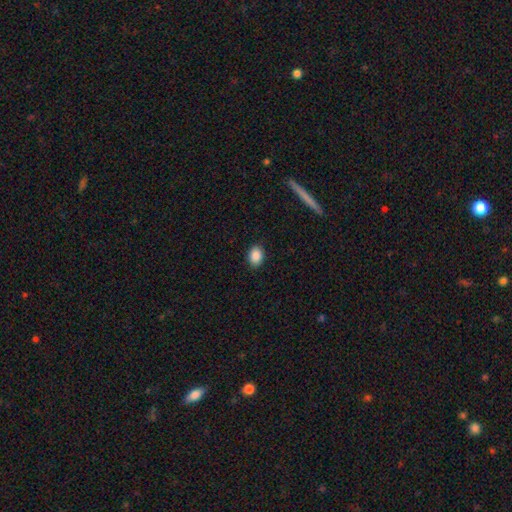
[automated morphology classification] This is clearly a smooth galaxy (88%). How rounded: likely in between (69%). Merging: clearly none (90%).